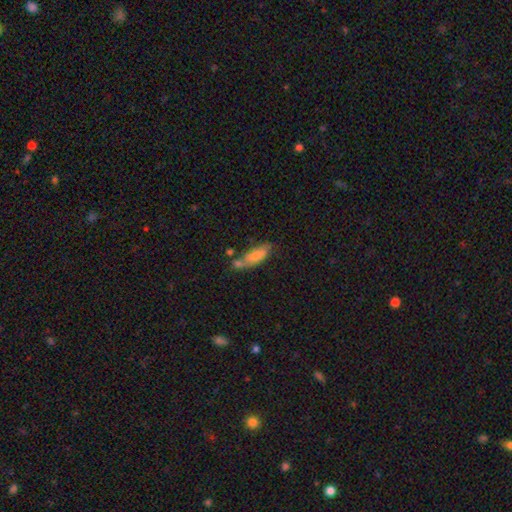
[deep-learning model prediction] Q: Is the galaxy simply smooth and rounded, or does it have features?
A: smooth — 70%.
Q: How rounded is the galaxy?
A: in between — 68%.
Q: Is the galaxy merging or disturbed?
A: none — 41%.